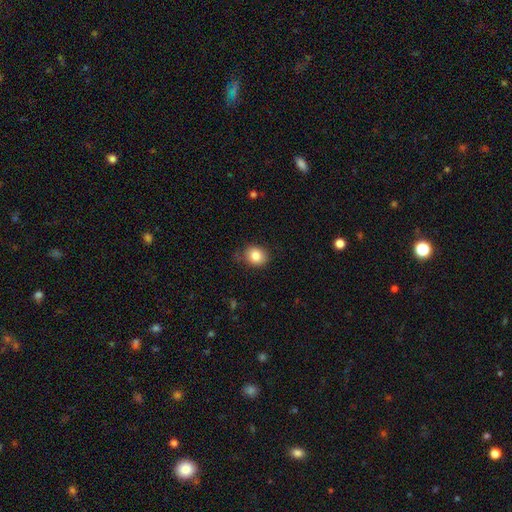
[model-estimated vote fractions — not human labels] This is clearly a smooth galaxy (83%). How rounded: likely round (63%). Merging: likely none (79%).